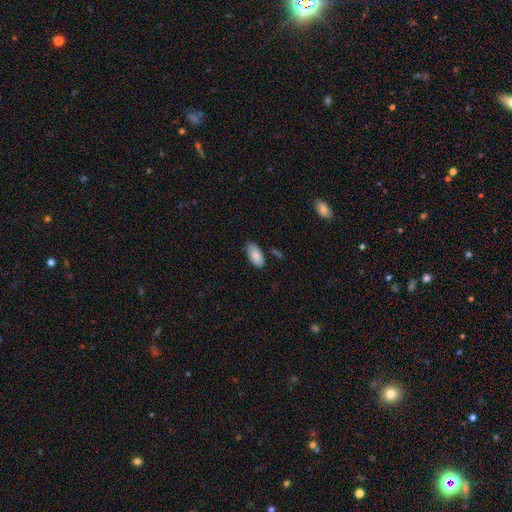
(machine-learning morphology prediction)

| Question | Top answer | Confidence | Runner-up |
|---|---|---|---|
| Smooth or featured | smooth | 87% | star or artifact (6%) |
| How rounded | in between | 94% | cigar-shaped (4%) |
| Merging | none | 79% | minor disturbance (15%) |